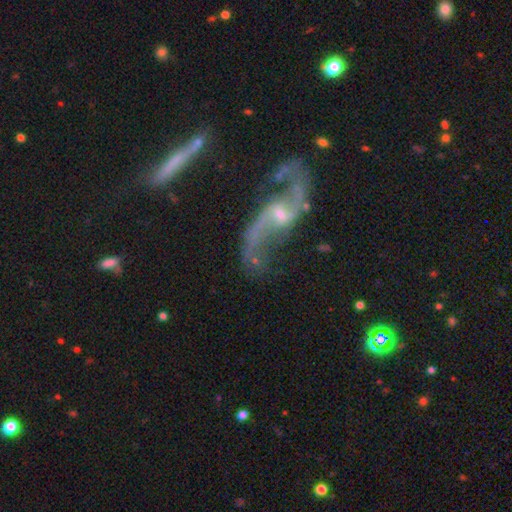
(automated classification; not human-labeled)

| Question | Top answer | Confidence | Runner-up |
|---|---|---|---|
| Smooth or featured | featured or disk | 90% | star or artifact (6%) |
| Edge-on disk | no | 95% | yes (5%) |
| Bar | weak | 43% | no (42%) |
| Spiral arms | yes | 95% | no (5%) |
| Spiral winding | loose | 84% | medium (12%) |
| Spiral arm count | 2 | 93% | 1 (2%) |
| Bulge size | small | 64% | moderate (28%) |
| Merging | none | 64% | minor disturbance (17%) |